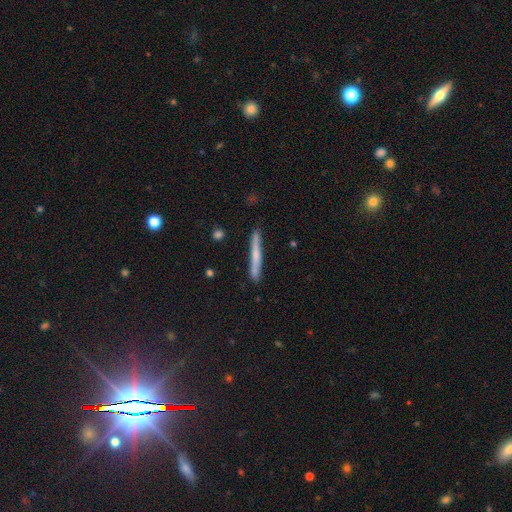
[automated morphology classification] Overall: smooth (57%; featured or disk 37%). How rounded: cigar-shaped (96%). Merging: none (86%).